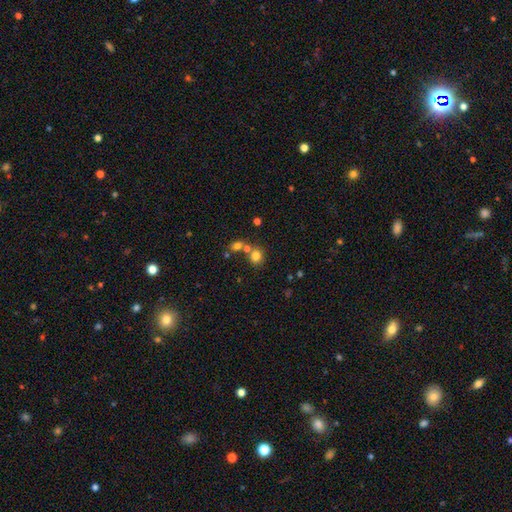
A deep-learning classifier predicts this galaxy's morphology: Overall: smooth (78%). How rounded: round (79%). Merging: none (59%; merger 29%).